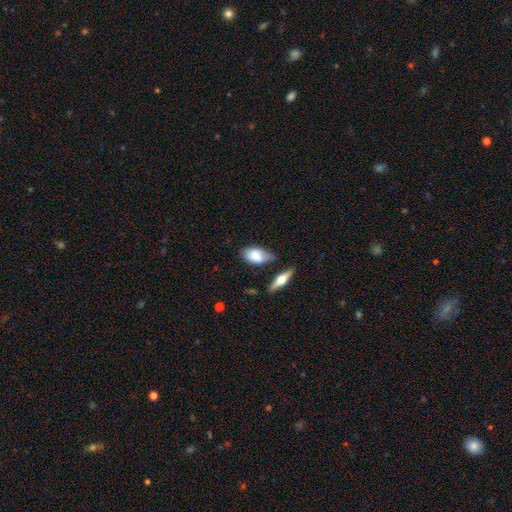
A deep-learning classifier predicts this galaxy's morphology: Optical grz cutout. It shows a smooth galaxy with no disk features (75%) that is in between round and cigar-shaped (91%). Merging: none (49%).